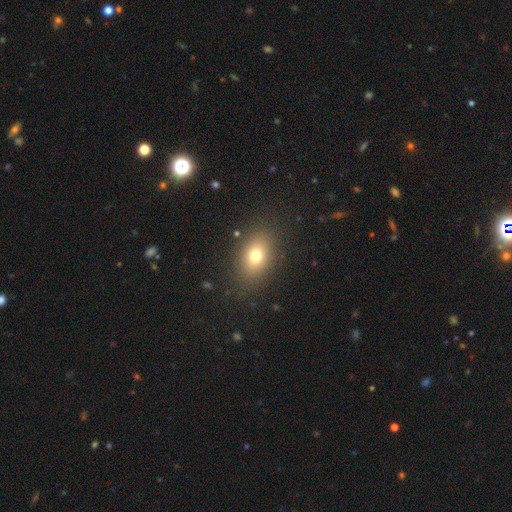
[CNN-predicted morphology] Smooth or featured? Predicted: smooth (p=0.74). How rounded? Predicted: in between (p=0.73). Merging? Predicted: none (p=0.84).